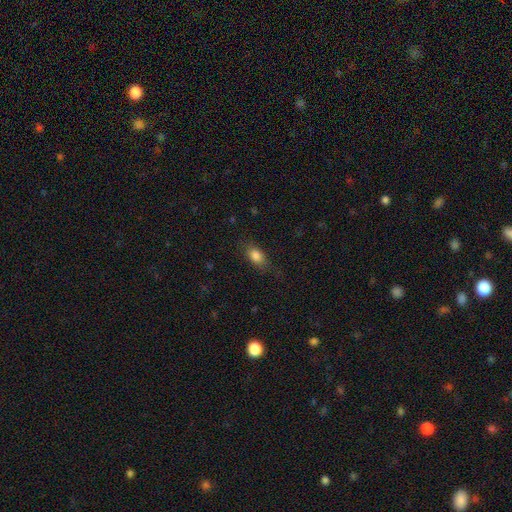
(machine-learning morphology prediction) A smooth galaxy with no disk features (82%) that is in between round and cigar-shaped (82%).

Vote fractions:
- Smooth or featured? smooth: 82% / featured or disk: 9% / star or artifact: 9%
- How rounded? in between: 82% / round: 12% / cigar-shaped: 7%
- Merging? none: 74% / minor disturbance: 18% / major disturbance: 7% / merger: 1%